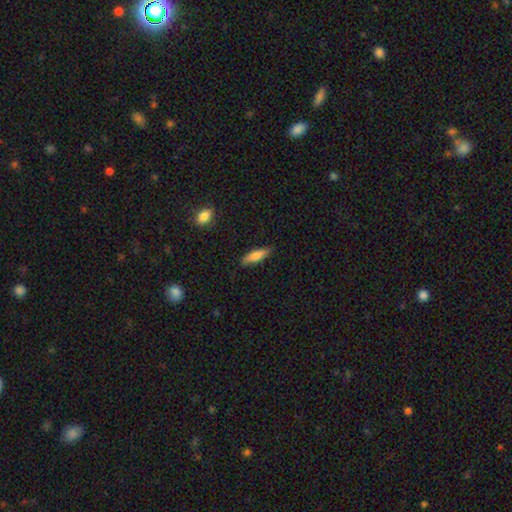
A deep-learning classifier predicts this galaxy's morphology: Smooth or featured? smooth (74%)
How rounded? cigar-shaped (65%)
Merging? none (84%)